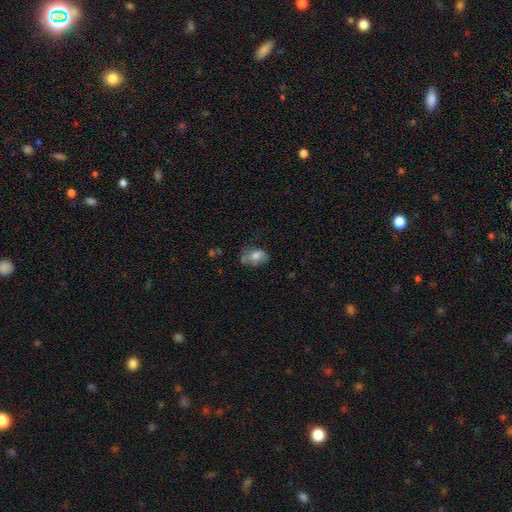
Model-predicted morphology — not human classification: Q: Smooth or featured?
A: smooth (68%); runner-up: featured or disk (23%)
Q: How rounded?
A: in between (77%); runner-up: round (21%)
Q: Merging?
A: none (43%); runner-up: minor disturbance (31%)